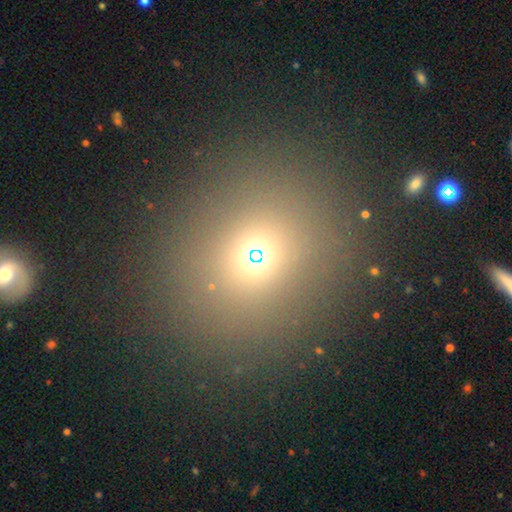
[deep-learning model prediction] This is likely a smooth galaxy (63%). How rounded: likely round (62%). Merging: clearly none (82%).